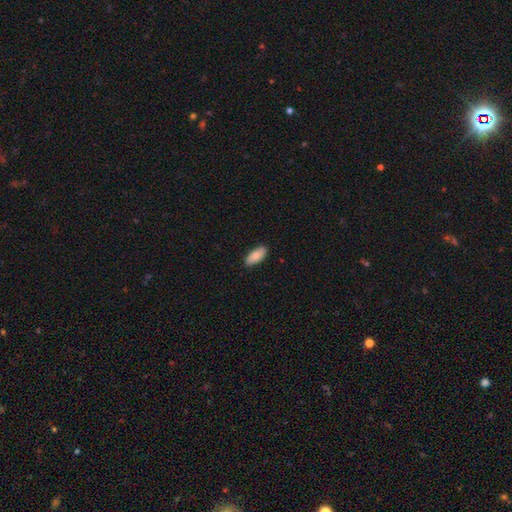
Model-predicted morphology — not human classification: smooth_or_featured: smooth (p=0.85) [alt: featured or disk p=0.09]
how_rounded: in between (p=0.86) [alt: cigar-shaped p=0.12]
merging: none (p=0.87) [alt: minor disturbance p=0.10]